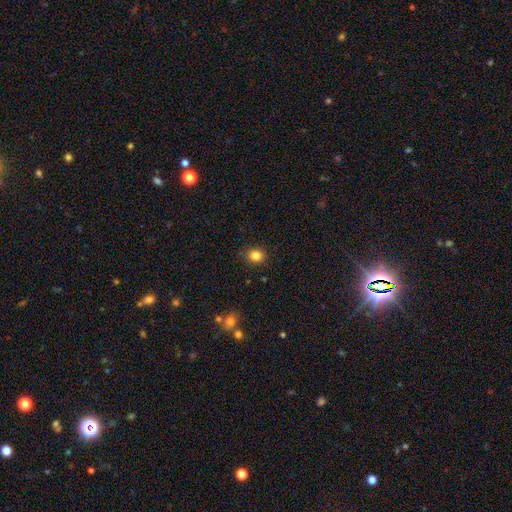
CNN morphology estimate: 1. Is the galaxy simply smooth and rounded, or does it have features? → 84% smooth, 12% star or artifact, 5% featured or disk.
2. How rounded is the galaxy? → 80% round, 19% in between, 1% cigar-shaped.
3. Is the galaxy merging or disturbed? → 89% none, 8% minor disturbance, 2% major disturbance, 1% merger.